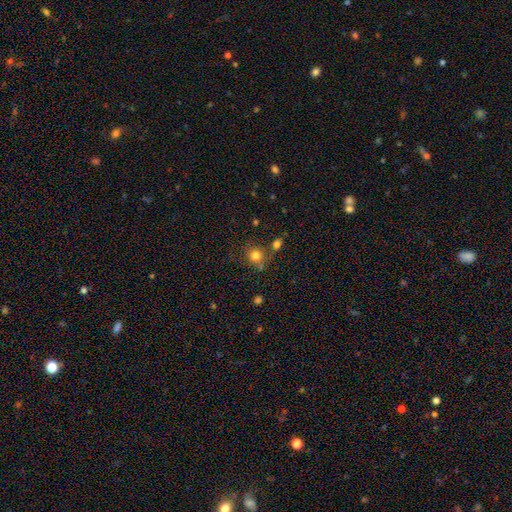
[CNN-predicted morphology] Smooth or featured: smooth — 78% (star or artifact — 13%)
How rounded: round — 87% (in between — 12%)
Merging: none — 66% (merger — 15%)